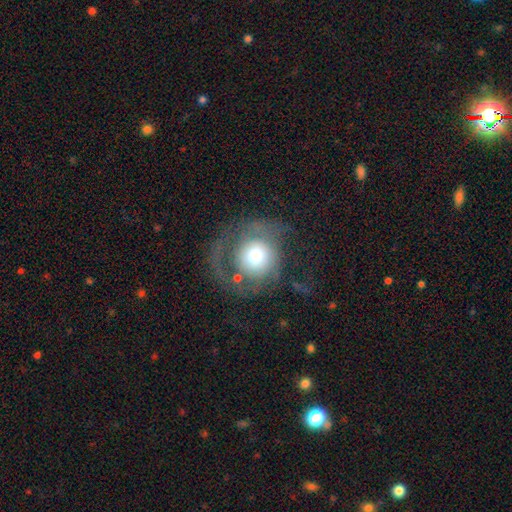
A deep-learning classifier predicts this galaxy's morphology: A featured or disk galaxy (46%). Merging: none (41%).